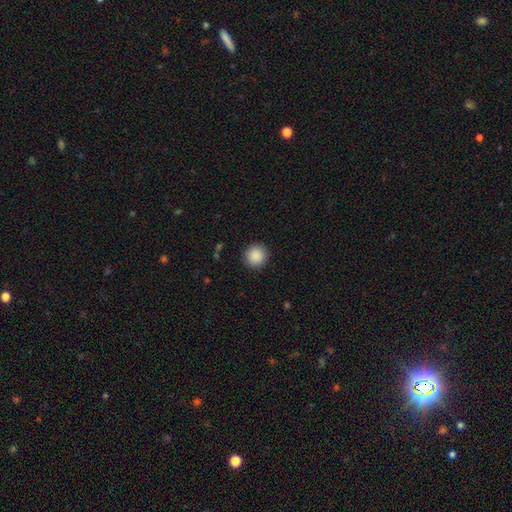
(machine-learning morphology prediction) This is clearly a smooth galaxy (89%). How rounded: clearly round (94%). Merging: clearly none (92%).